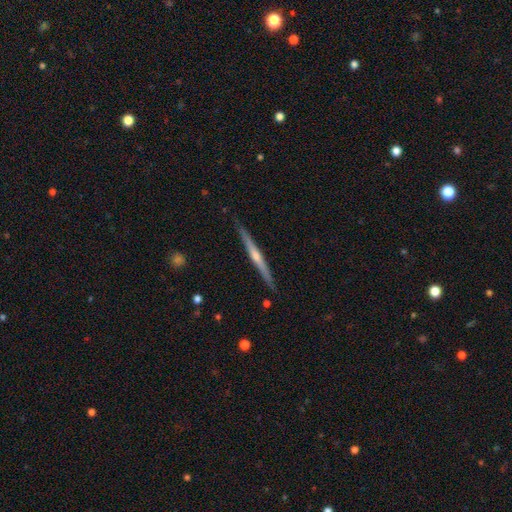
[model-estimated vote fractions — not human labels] Smooth or featured: featured or disk — 72% (smooth — 22%)
Edge-on disk: yes — 98% (no — 2%)
Edge-on bulge: rounded — 70% (none — 25%)
Merging: none — 89% (minor disturbance — 9%)